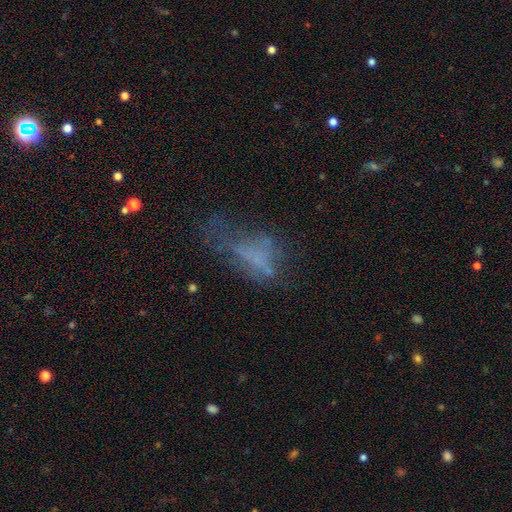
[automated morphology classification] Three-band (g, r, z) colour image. It shows a smooth galaxy with no disk features (44%). Merging: major disturbance (39%).